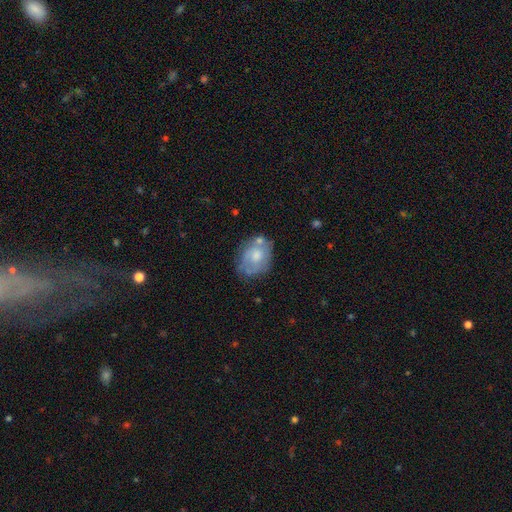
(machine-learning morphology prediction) type=smooth (51%); roundness=in between (56%); merging=none (49%).